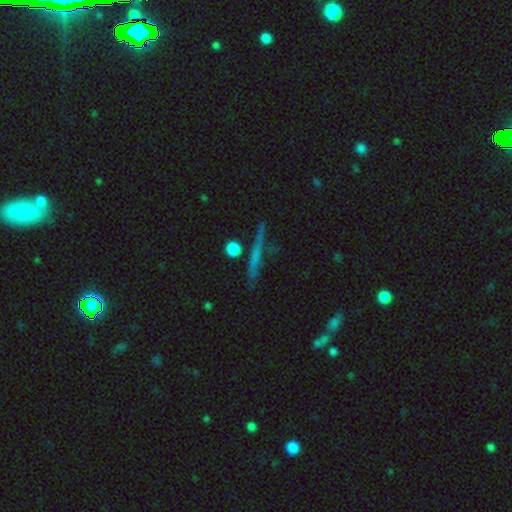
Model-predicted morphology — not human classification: Q: Smooth or featured?
A: featured or disk (44%); runner-up: smooth (40%)
Q: Merging?
A: none (85%); runner-up: minor disturbance (9%)